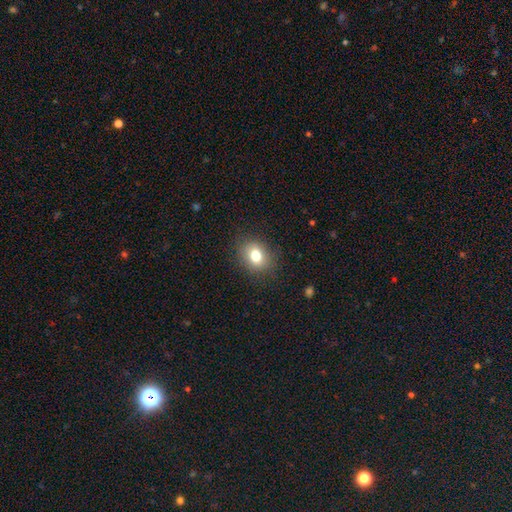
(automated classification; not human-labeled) Smooth or featured?
  - smooth: 77% *
  - star or artifact: 12%
  - featured or disk: 11%
How rounded?
  - round: 54% *
  - in between: 45%
  - cigar-shaped: 1%
Merging?
  - none: 86% *
  - minor disturbance: 10%
  - major disturbance: 3%
  - merger: 1%